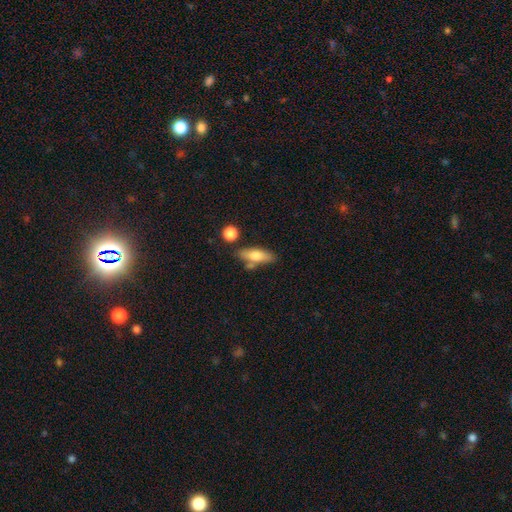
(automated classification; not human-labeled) smooth_or_featured: smooth (p=0.69) [alt: featured or disk p=0.24]
how_rounded: in between (p=0.58) [alt: cigar-shaped p=0.38]
merging: none (p=0.68) [alt: minor disturbance p=0.15]